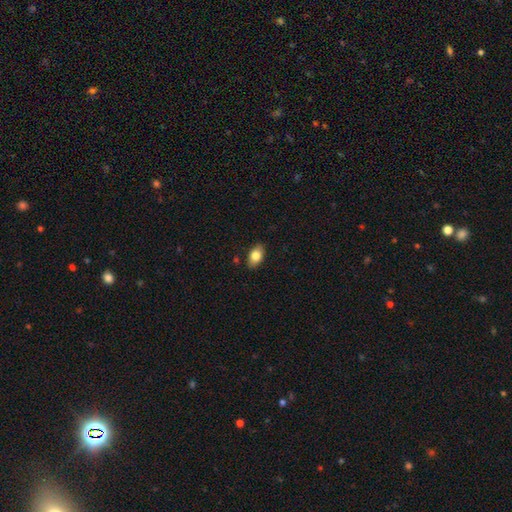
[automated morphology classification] smooth_or_featured: smooth (p=0.80) [alt: featured or disk p=0.12]
how_rounded: in between (p=0.89) [alt: round p=0.09]
merging: none (p=0.86) [alt: minor disturbance p=0.11]